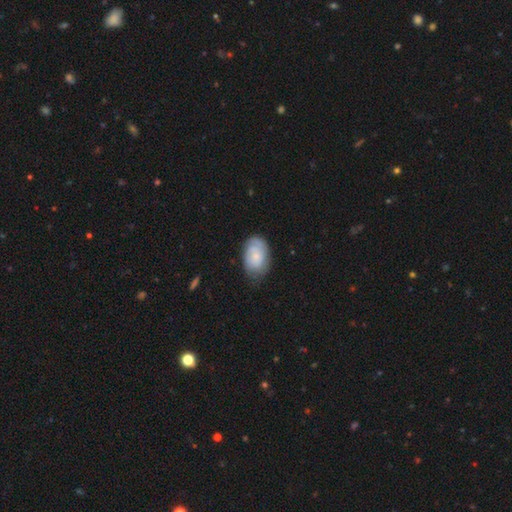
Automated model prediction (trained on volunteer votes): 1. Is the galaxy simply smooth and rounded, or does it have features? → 47% featured or disk, 46% smooth, 7% star or artifact.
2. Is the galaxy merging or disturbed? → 68% none, 23% minor disturbance, 7% major disturbance, 1% merger.